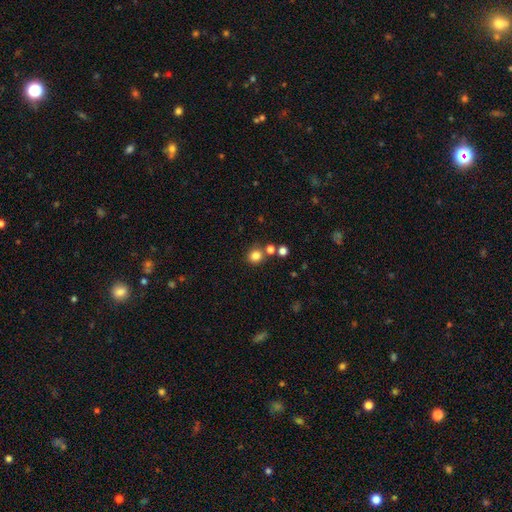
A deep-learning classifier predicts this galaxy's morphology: A smooth galaxy with no disk features (81%) that is round (89%). Merging: none (74%).